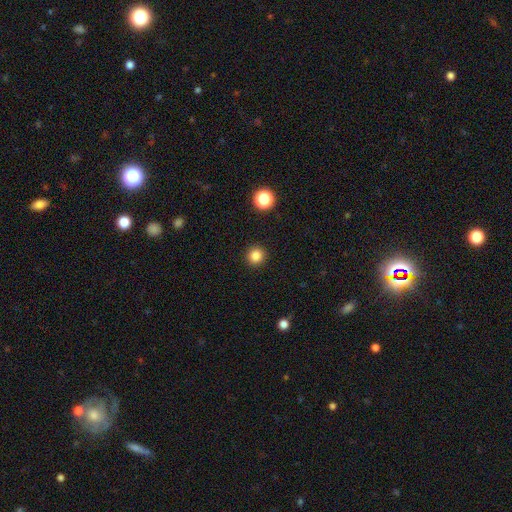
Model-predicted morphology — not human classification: This is clearly a smooth galaxy (84%). How rounded: clearly round (94%). Merging: clearly none (92%).